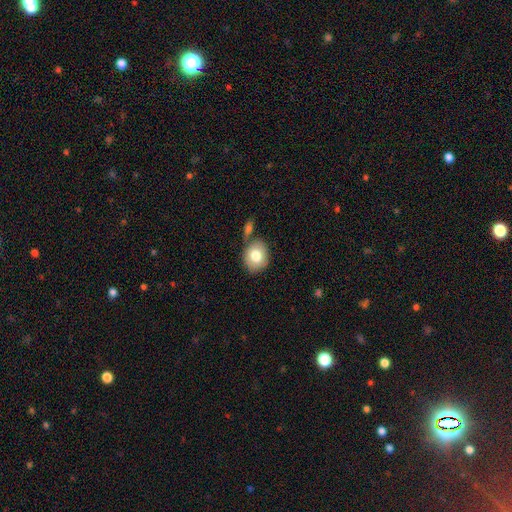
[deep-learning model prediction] Overall: smooth (78%). How rounded: round (55%; in between 44%). Merging: none (63%).